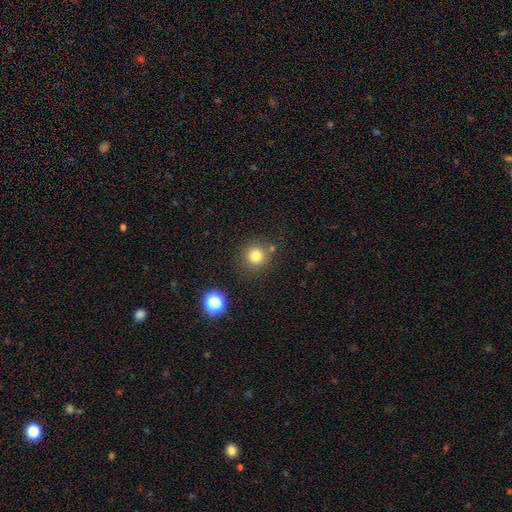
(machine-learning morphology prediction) This is clearly a smooth galaxy (80%). How rounded: clearly round (94%). Merging: clearly none (82%).